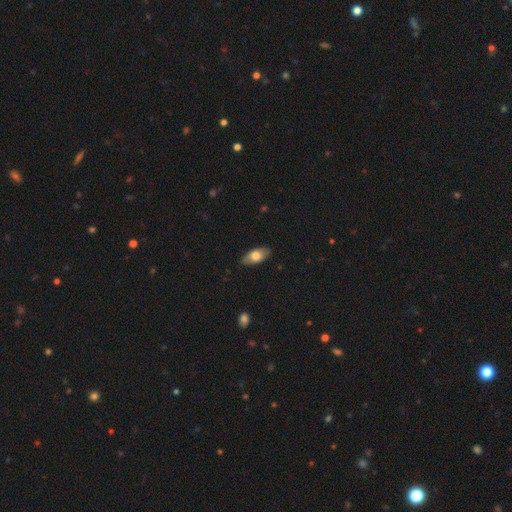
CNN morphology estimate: A smooth galaxy with no disk features (71%) that is in between round and cigar-shaped (90%). Merging: none (85%).